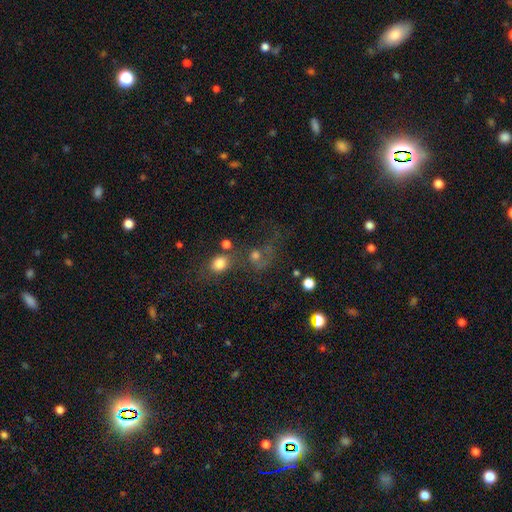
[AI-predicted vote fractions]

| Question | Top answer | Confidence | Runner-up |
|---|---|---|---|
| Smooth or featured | smooth | 52% | star or artifact (32%) |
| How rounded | round | 70% | in between (27%) |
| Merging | none | 42% | merger (29%) |